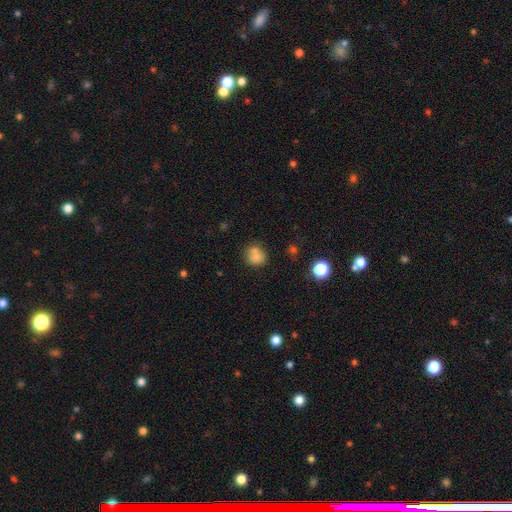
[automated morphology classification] type=smooth (75%); roundness=round (77%); merging=none (53%).